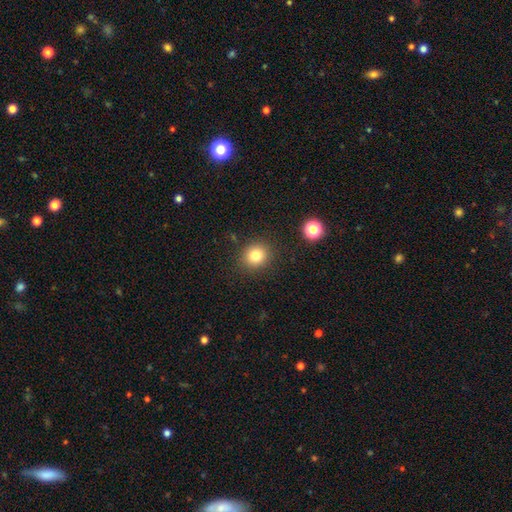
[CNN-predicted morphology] type=smooth (80%); roundness=round (83%); merging=none (88%).